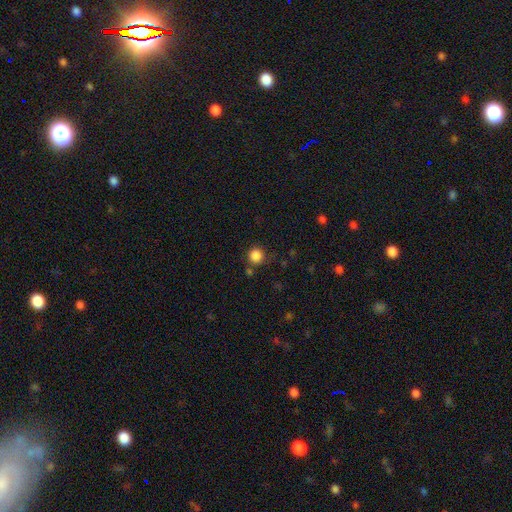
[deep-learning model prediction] Q: Smooth or featured?
A: smooth (86%); runner-up: star or artifact (11%)
Q: How rounded?
A: round (93%); runner-up: in between (6%)
Q: Merging?
A: none (79%); runner-up: minor disturbance (11%)